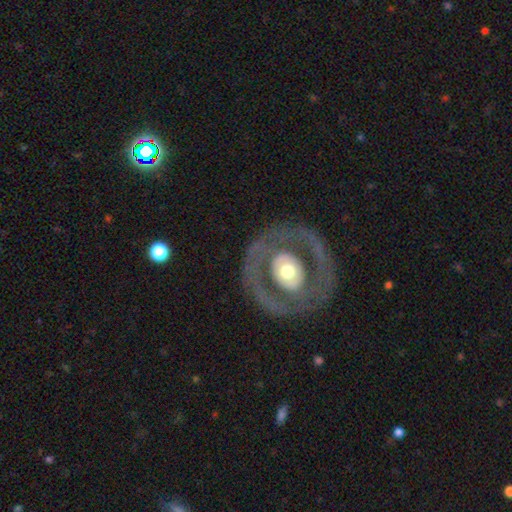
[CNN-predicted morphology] A featured or disk galaxy (70%) with no bar (78%), no spiral arms (78%) and a moderate central bulge (59%). Merging: none (79%).